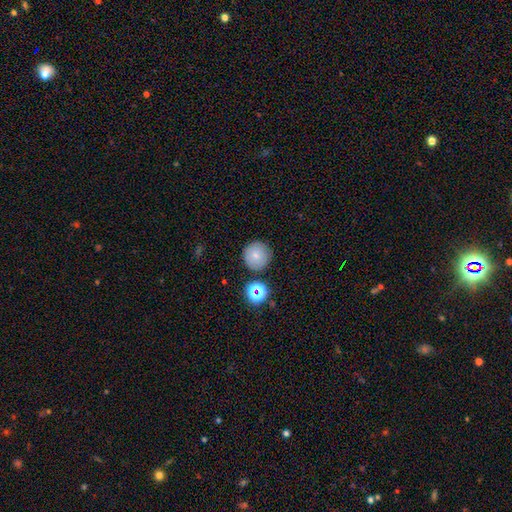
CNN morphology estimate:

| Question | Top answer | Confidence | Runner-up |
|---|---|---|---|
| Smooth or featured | smooth | 76% | star or artifact (12%) |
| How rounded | round | 95% | in between (4%) |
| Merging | none | 85% | minor disturbance (8%) |